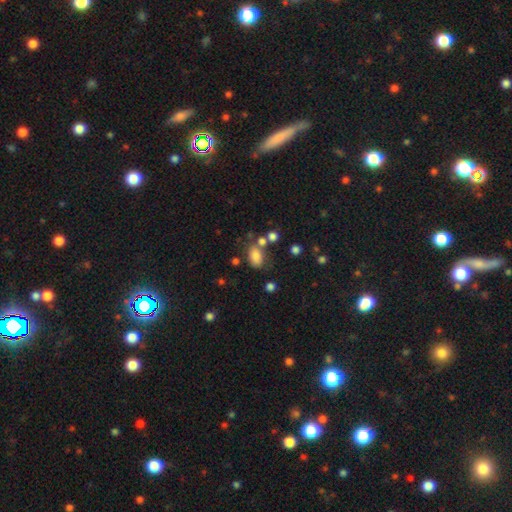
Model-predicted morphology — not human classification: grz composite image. It shows a smooth galaxy with no disk features (80%) that is in between round and cigar-shaped (85%). Merging: none (59%).